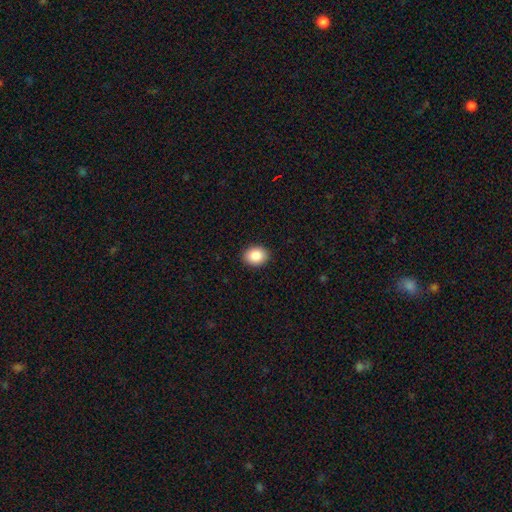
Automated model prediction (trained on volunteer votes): Morphology: type=smooth (88%); roundness=in between (55%); merging=none (91%).